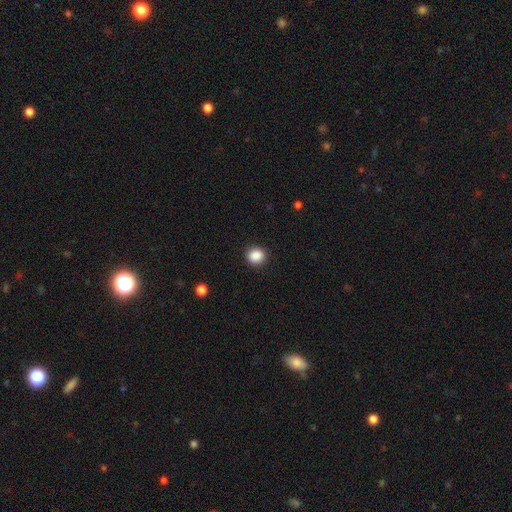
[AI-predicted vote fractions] Smooth or featured? smooth (88%)
How rounded? round (85%)
Merging? none (91%)